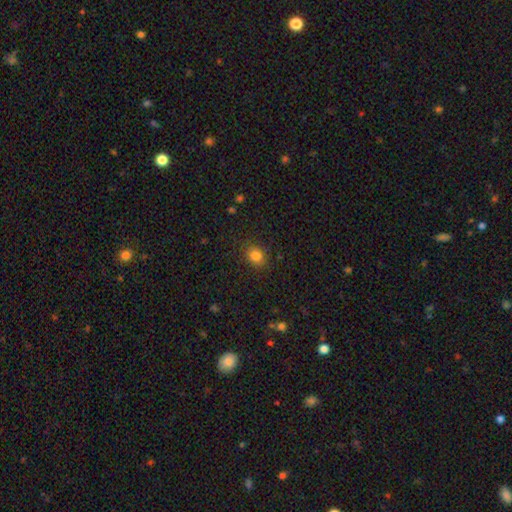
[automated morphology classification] Smooth or featured: smooth — 83% (star or artifact — 12%)
How rounded: round — 57% (in between — 42%)
Merging: none — 86% (minor disturbance — 10%)